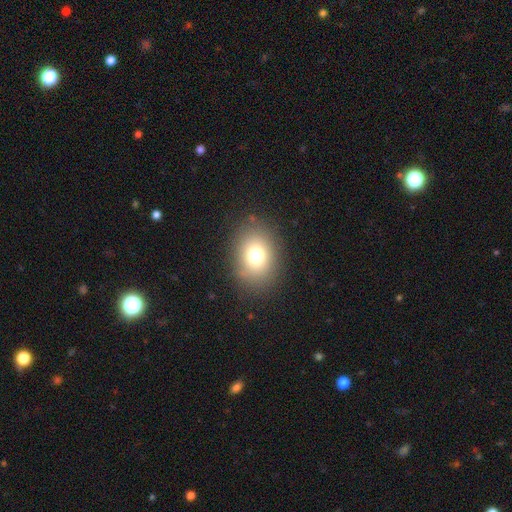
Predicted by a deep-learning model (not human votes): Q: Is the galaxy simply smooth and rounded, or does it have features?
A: smooth — 75%.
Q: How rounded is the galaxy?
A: in between — 57%.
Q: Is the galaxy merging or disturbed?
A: none — 84%.